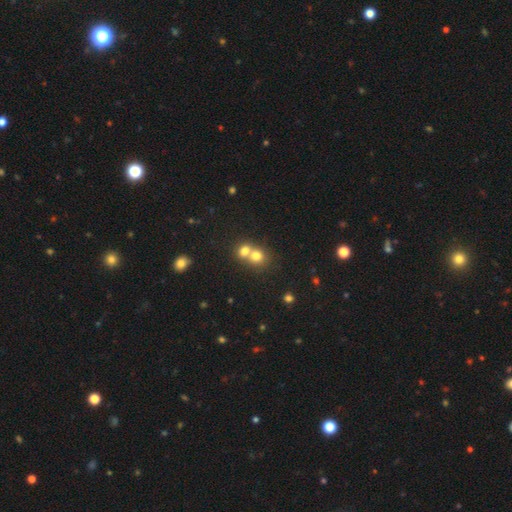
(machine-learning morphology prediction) A smooth galaxy with no disk features (74%) that is round (79%). Merging: merger (63%).